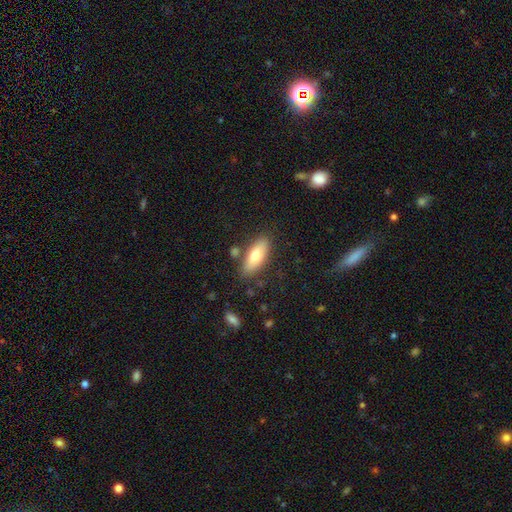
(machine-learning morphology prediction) Smooth or featured: smooth — 72% (featured or disk — 22%)
How rounded: in between — 70% (cigar-shaped — 27%)
Merging: none — 79% (minor disturbance — 13%)